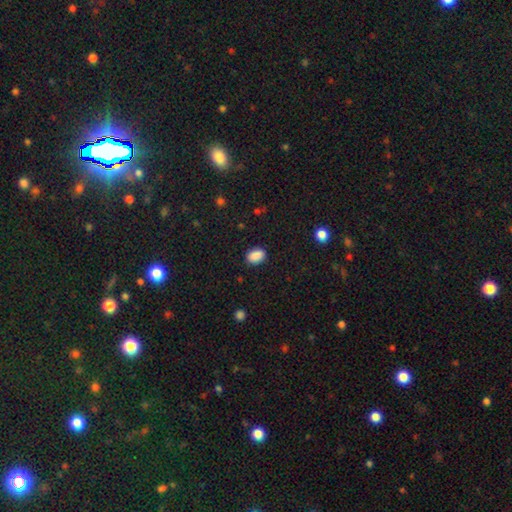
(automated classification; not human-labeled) Smooth or featured?
  - smooth: 89% *
  - star or artifact: 8%
  - featured or disk: 3%
How rounded?
  - in between: 82% *
  - round: 17%
  - cigar-shaped: 1%
Merging?
  - none: 87% *
  - minor disturbance: 10%
  - major disturbance: 2%
  - merger: 1%